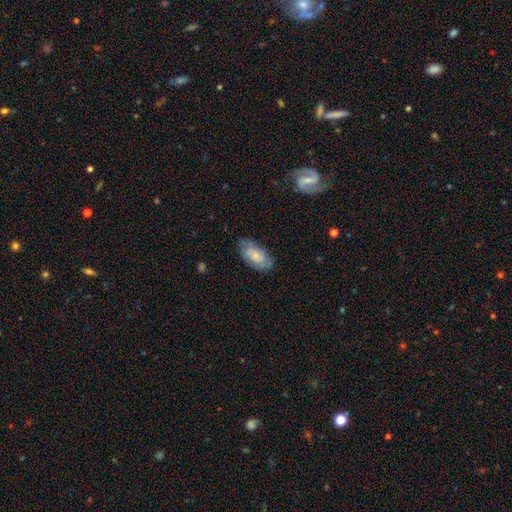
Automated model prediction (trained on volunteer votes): This appears to be a smooth galaxy with no disk features (53%) that is in between round and cigar-shaped (92%). Merging: none (70%).